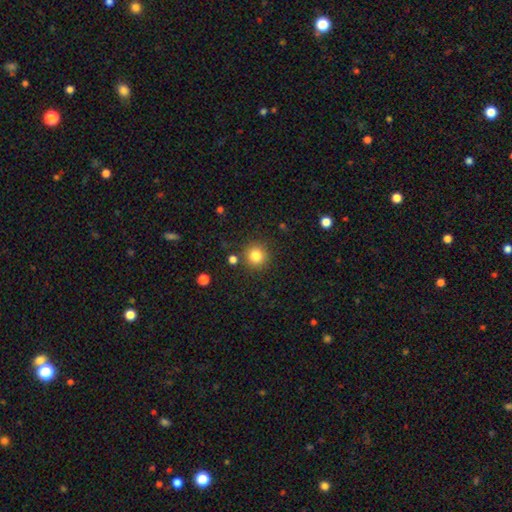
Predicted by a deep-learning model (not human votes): Smooth or featured: smooth — 83% (star or artifact — 12%)
How rounded: round — 94% (in between — 5%)
Merging: none — 87% (minor disturbance — 7%)